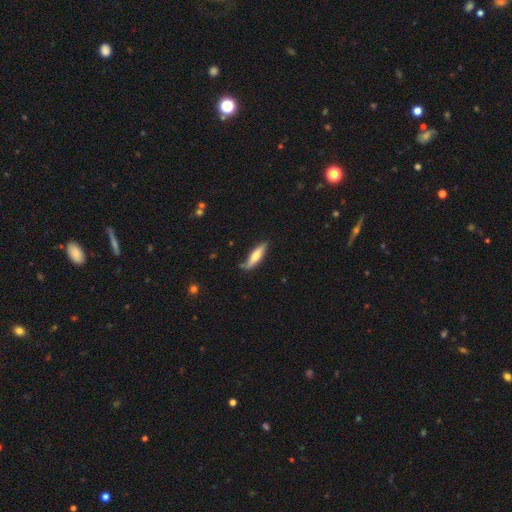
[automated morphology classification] Q: Smooth or featured?
A: smooth (54%); runner-up: featured or disk (40%)
Q: How rounded?
A: cigar-shaped (73%); runner-up: in between (25%)
Q: Merging?
A: none (70%); runner-up: minor disturbance (23%)